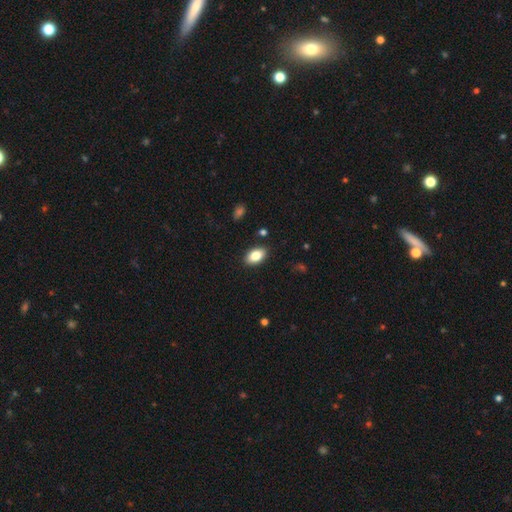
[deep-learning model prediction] This appears to be a smooth galaxy with no disk features (83%) that is in between round and cigar-shaped (91%). Merging: none (88%).